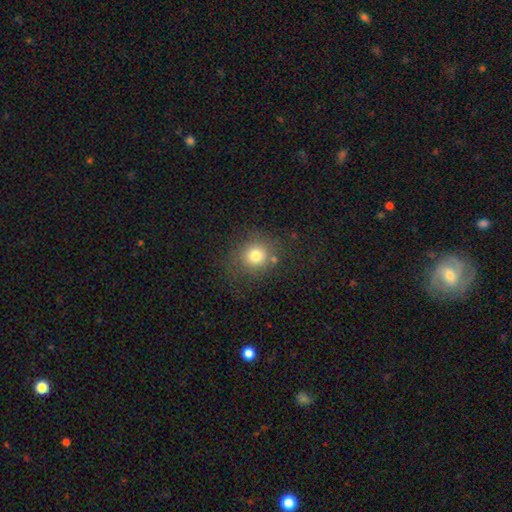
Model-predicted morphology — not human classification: smooth_or_featured: smooth (p=0.77) [alt: star or artifact p=0.14]
how_rounded: round (p=0.86) [alt: in between p=0.13]
merging: none (p=0.76) [alt: minor disturbance p=0.13]